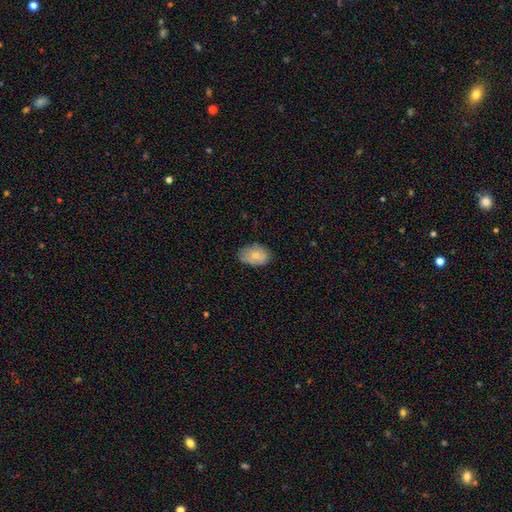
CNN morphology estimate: Overall: smooth (73%). How rounded: in between (86%). Merging: none (72%).